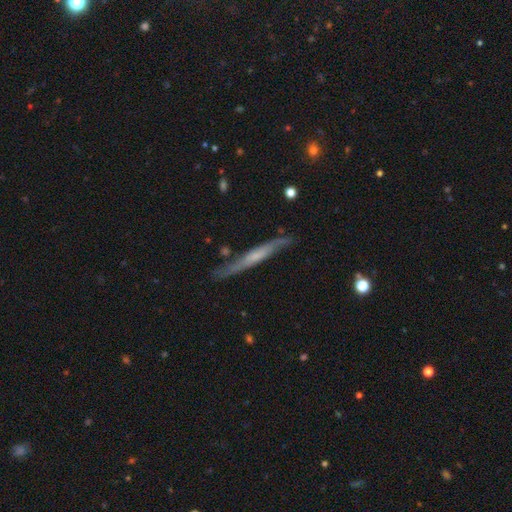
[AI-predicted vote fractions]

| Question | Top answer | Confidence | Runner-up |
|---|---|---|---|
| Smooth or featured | featured or disk | 63% | smooth (32%) |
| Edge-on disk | yes | 86% | no (14%) |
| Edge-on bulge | none | 57% | rounded (31%) |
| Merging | none | 73% | minor disturbance (20%) |